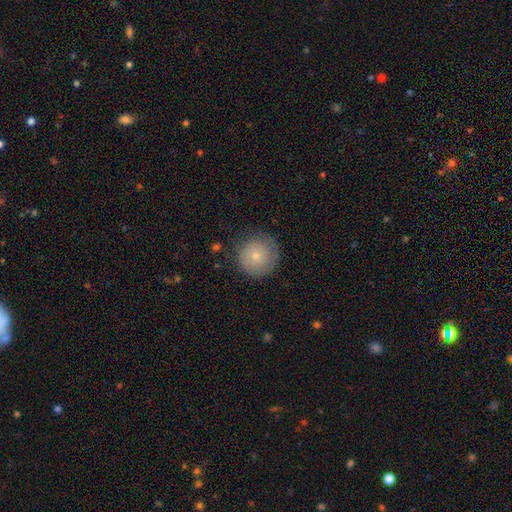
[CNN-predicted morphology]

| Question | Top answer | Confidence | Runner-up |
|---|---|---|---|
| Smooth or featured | smooth | 75% | featured or disk (17%) |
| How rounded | round | 95% | in between (4%) |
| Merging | none | 78% | minor disturbance (16%) |